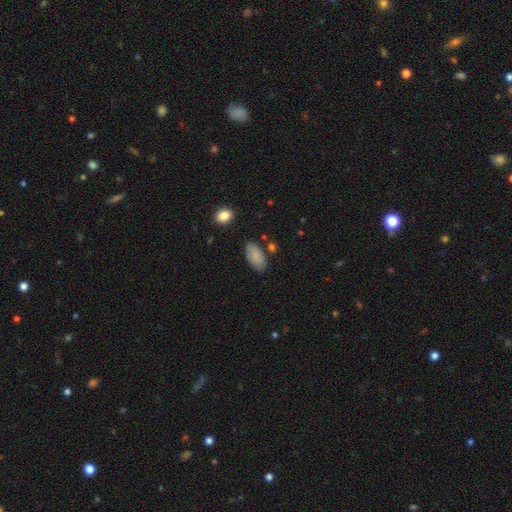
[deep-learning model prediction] smooth-or-featured: smooth: 87% | featured or disk: 7% | star or artifact: 7%
  how-rounded: in between: 94% | cigar-shaped: 4% | round: 3%
  merging: none: 81% | minor disturbance: 13% | merger: 3% | major disturbance: 3%